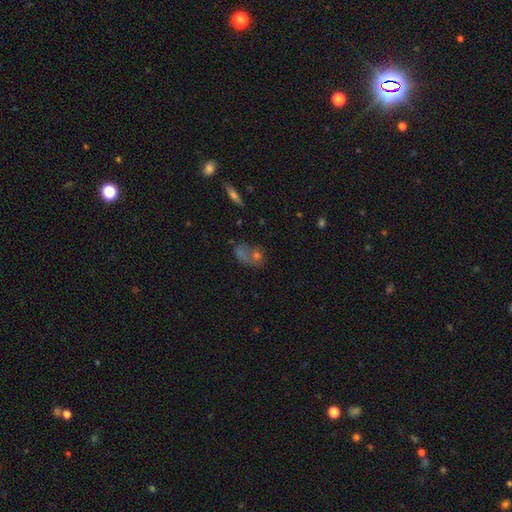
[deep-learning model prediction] Smooth or featured? smooth (53%)
How rounded? in between (60%)
Merging? none (40%)